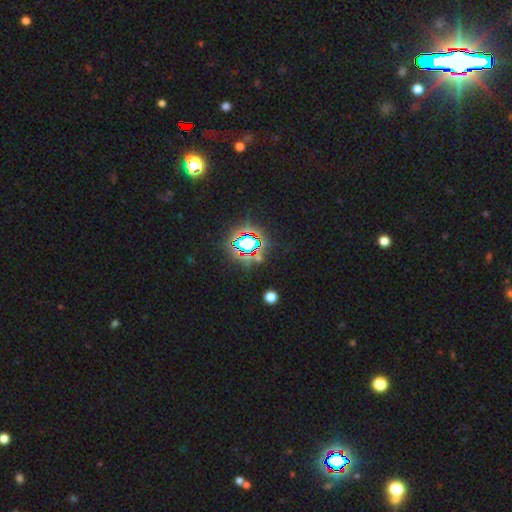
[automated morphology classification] Q: Smooth or featured?
A: star or artifact (77%); runner-up: smooth (15%)